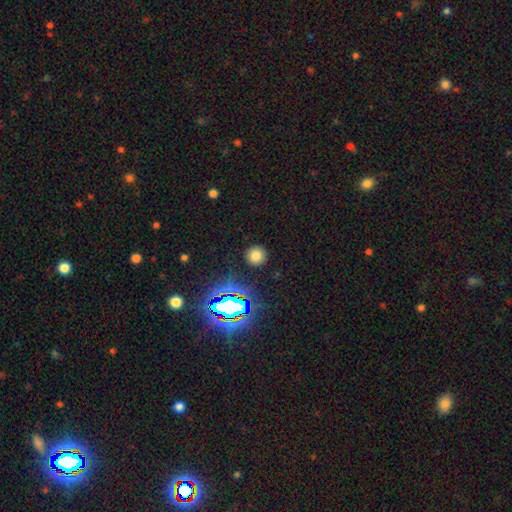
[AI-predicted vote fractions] This is likely a smooth galaxy (72%). How rounded: clearly round (94%). Merging: clearly none (91%).